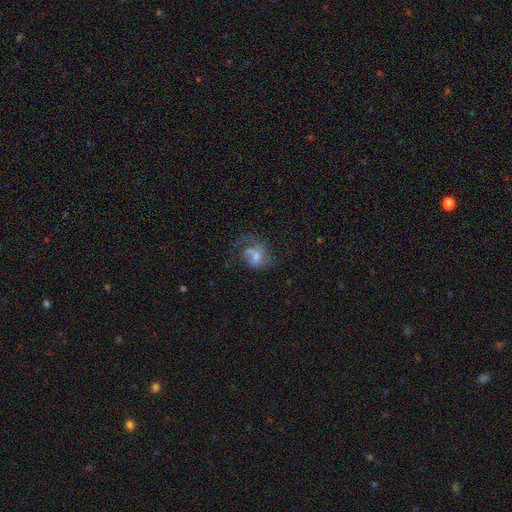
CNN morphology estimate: The model was most divided on "merging" (2-way tie): none: 30%, major disturbance: 30%, merger: 23%, minor disturbance: 18%. Remaining: smooth or featured — featured or disk (48%).